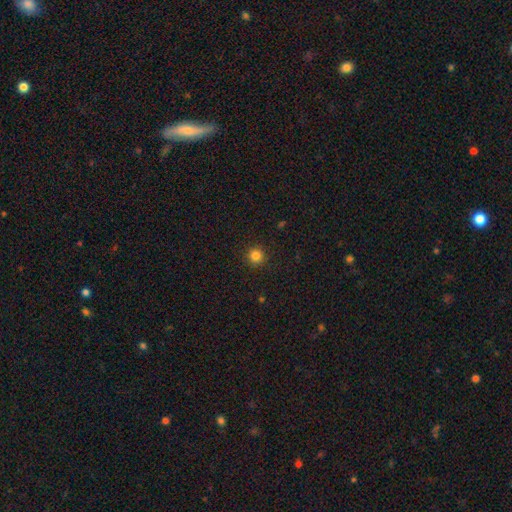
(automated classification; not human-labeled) Morphology: type=smooth (83%); roundness=round (95%); merging=none (92%).